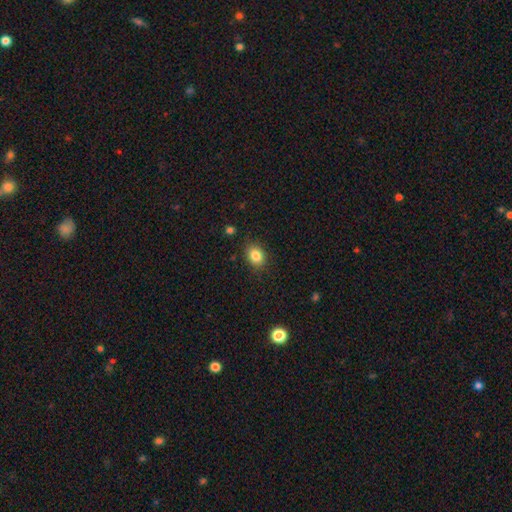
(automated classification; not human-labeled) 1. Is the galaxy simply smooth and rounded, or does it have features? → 84% smooth, 10% star or artifact, 6% featured or disk.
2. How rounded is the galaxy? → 54% in between, 45% round, 1% cigar-shaped.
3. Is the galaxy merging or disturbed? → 84% none, 12% minor disturbance, 3% major disturbance, 1% merger.